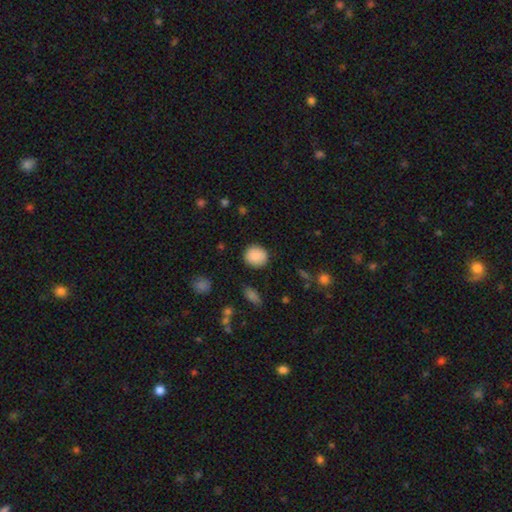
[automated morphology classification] A smooth galaxy with no disk features (88%) that is round (83%). Merging: none (88%).